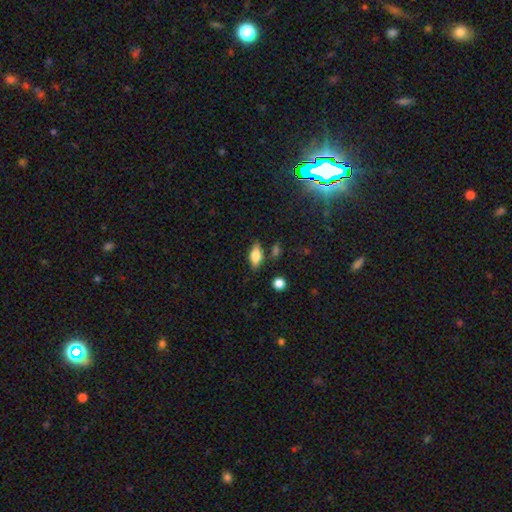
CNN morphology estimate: Smooth or featured? Predicted: smooth (p=0.68). How rounded? Predicted: in between (p=0.80). Merging? Predicted: none (p=0.79).